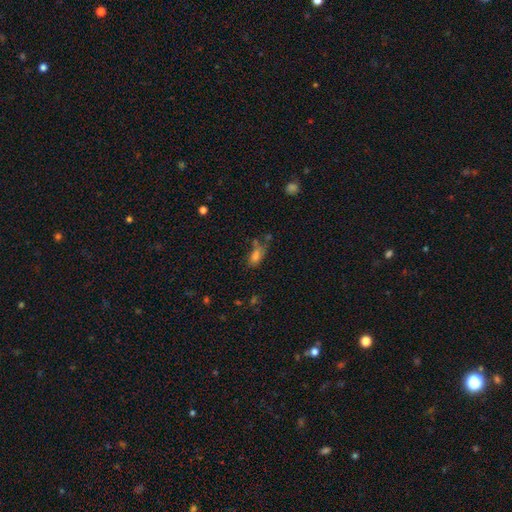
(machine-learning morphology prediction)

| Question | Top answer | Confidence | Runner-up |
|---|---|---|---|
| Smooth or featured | smooth | 68% | star or artifact (17%) |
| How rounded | in between | 80% | cigar-shaped (12%) |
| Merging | none | 54% | minor disturbance (22%) |